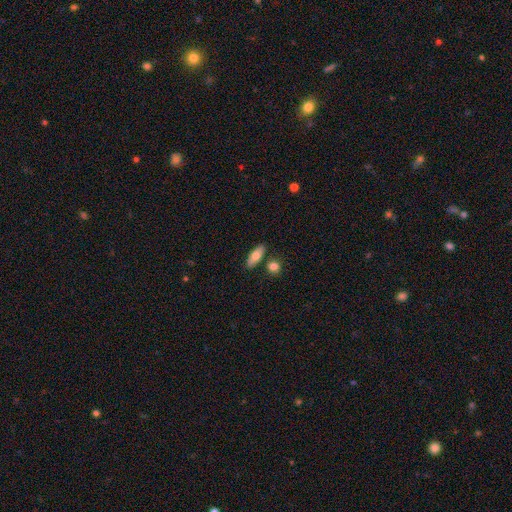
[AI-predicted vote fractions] Smooth or featured?
  - smooth: 75% *
  - featured or disk: 19%
  - star or artifact: 7%
How rounded?
  - in between: 71% *
  - cigar-shaped: 26%
  - round: 4%
Merging?
  - none: 79% *
  - minor disturbance: 11%
  - merger: 8%
  - major disturbance: 3%